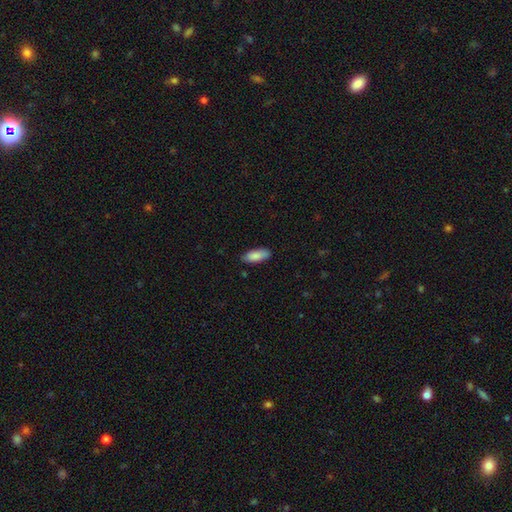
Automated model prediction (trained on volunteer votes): Overall: smooth (87%). How rounded: in between (77%). Merging: none (83%).